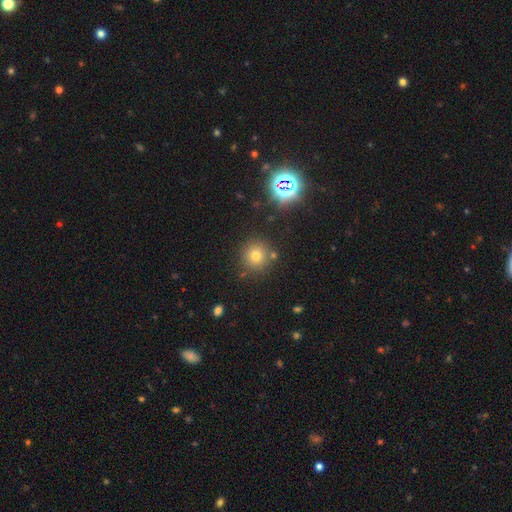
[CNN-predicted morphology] Smooth or featured? smooth (71%)
How rounded? round (94%)
Merging? none (82%)